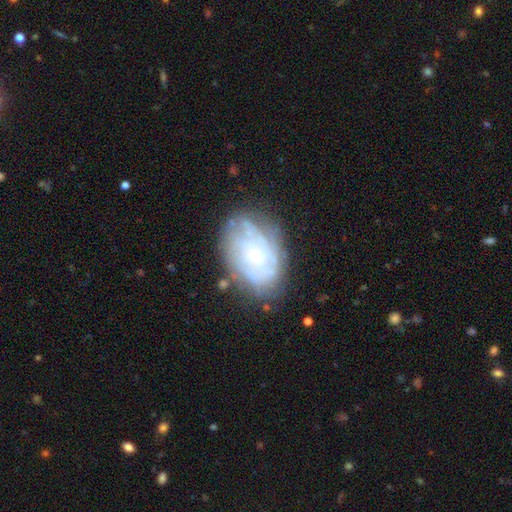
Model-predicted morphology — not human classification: A featured or disk galaxy (68%) with no bar (76%), spiral arms (73%) and a small central bulge (65%).

Vote fractions:
- Smooth or featured? featured or disk: 68% / smooth: 23% / star or artifact: 9%
- Edge-on disk? no: 97% / yes: 3%
- Bar? no: 76% / weak: 20% / strong: 4%
- Spiral arms? yes: 73% / no: 27%
- Bulge size? small: 65% / moderate: 17% / none: 14% / large: 2% / dominant: 1%
- Merging? none: 67% / minor disturbance: 20% / major disturbance: 9% / merger: 3%